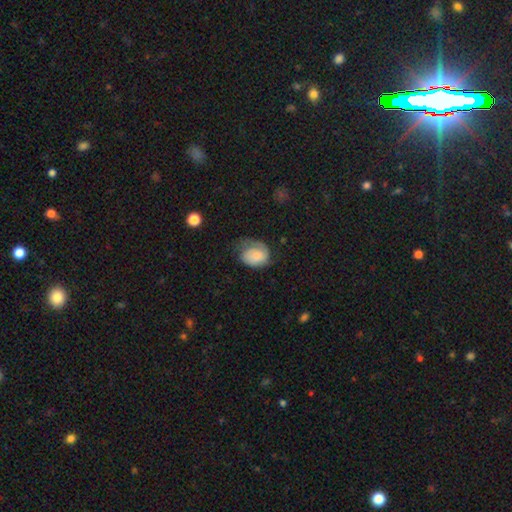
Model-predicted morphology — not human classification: type=smooth (65%); roundness=in between (60%); merging=none (34%, tied with minor disturbance).